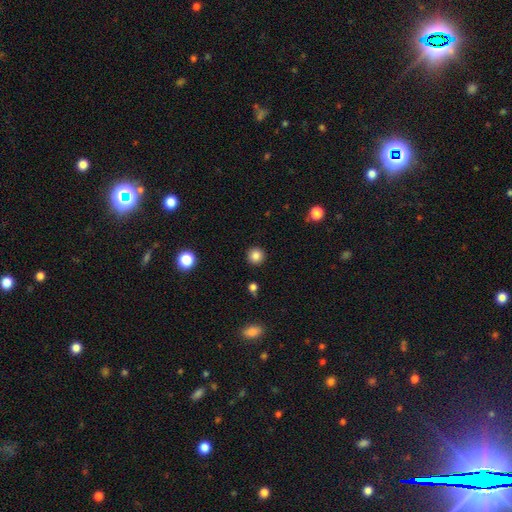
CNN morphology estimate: Overall: smooth (85%). How rounded: round (94%). Merging: none (92%).